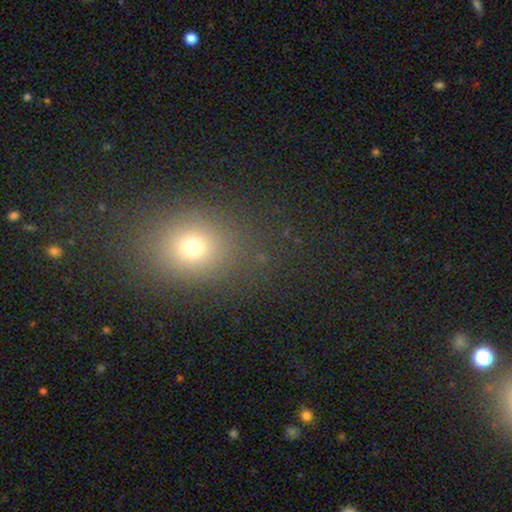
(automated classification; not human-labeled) Smooth or featured? Predicted: smooth (p=0.65). How rounded? Predicted: in between (p=0.49, tied with round). Merging? Predicted: none (p=0.85).